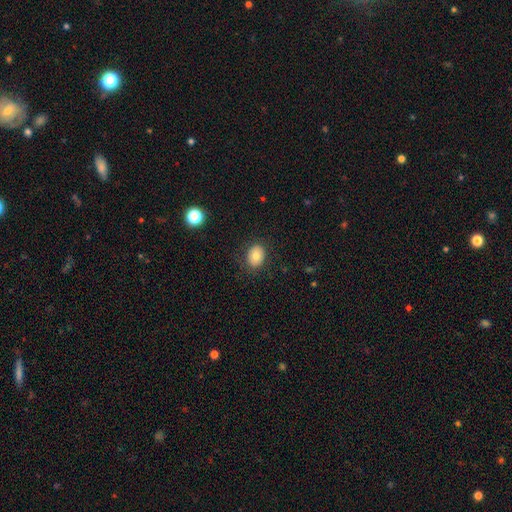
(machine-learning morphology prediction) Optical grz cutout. It shows a smooth galaxy with no disk features (79%) that is in between round and cigar-shaped (62%). Merging: none (85%).